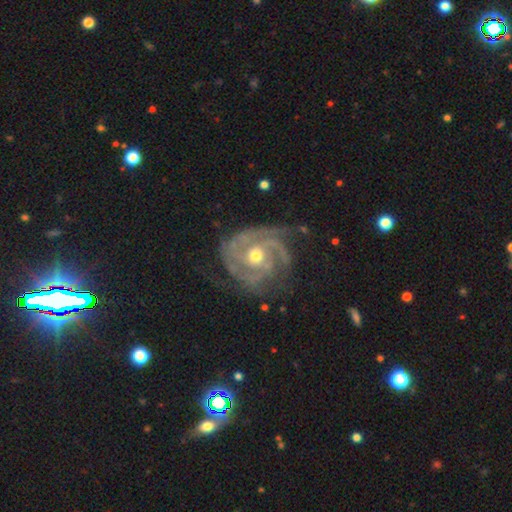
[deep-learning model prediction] Smooth or featured? featured or disk (90%)
Edge-on disk? no (97%)
Bar? no (71%)
Spiral arms? yes (96%)
Spiral winding? tight (63%)
Spiral arm count? 3 (31%)
Bulge size? moderate (66%)
Merging? none (67%)